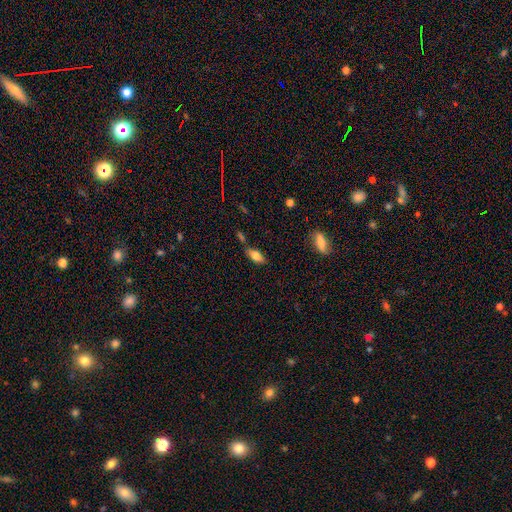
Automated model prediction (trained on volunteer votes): Overall: smooth (73%). How rounded: in between (82%). Merging: none (69%).